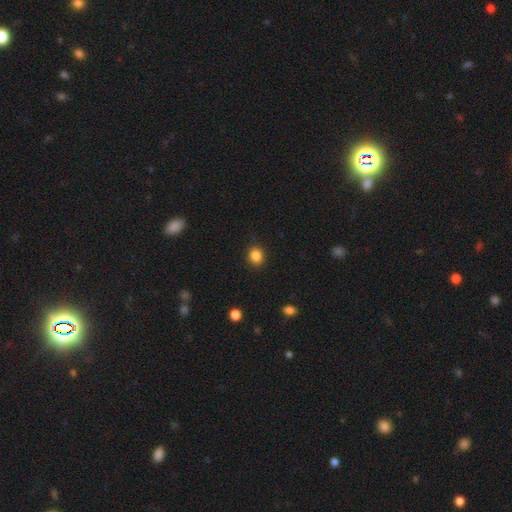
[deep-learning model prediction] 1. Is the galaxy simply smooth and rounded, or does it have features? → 86% smooth, 10% star or artifact, 4% featured or disk.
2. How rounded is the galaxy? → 67% round, 32% in between, 1% cigar-shaped.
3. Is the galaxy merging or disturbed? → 90% none, 7% minor disturbance, 2% major disturbance, 1% merger.